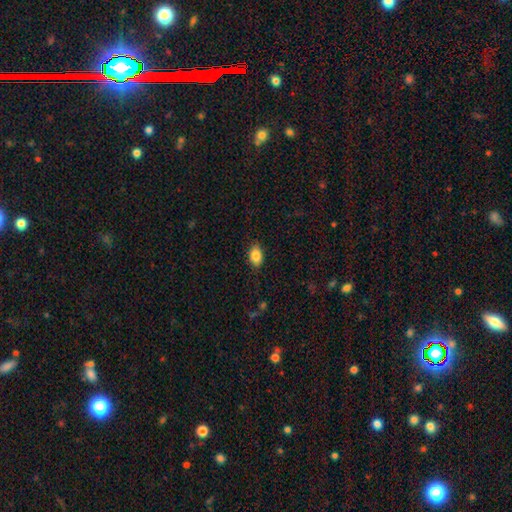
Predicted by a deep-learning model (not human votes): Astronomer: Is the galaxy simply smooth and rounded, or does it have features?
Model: smooth — 86%.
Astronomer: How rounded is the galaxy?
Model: in between — 87%.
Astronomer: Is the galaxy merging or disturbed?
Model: none — 83%.